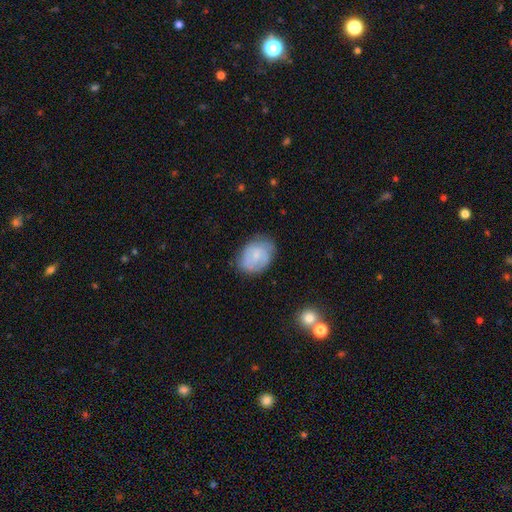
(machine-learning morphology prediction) smooth 60%, featured or disk 33%, star or artifact 7%. Down the decision tree: how rounded — in between (66%); merging — none (67%).